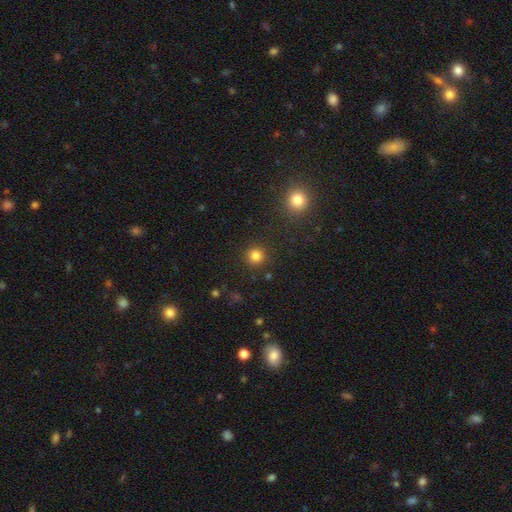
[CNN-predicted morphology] smooth 82%, star or artifact 14%, featured or disk 5%. Down the decision tree: how rounded — round (94%); merging — none (91%).